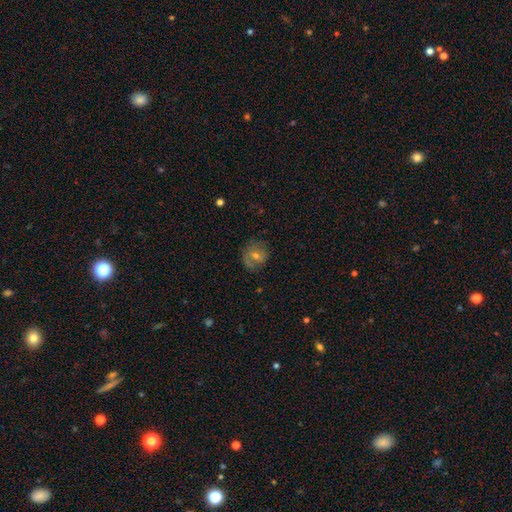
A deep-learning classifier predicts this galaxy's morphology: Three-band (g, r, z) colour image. It shows a featured or disk galaxy (45%). Merging: none (74%).